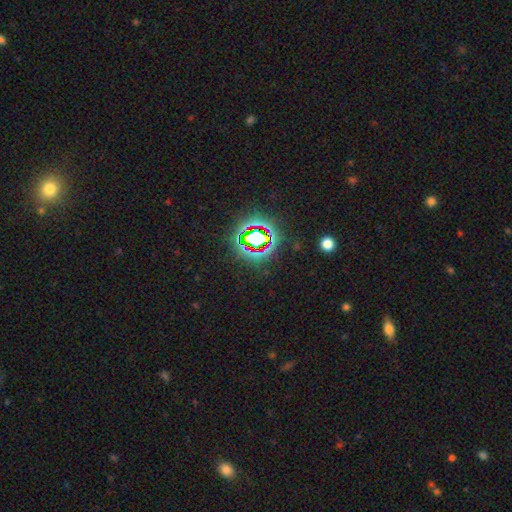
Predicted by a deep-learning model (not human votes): Smooth or featured?
  - star or artifact: 78% *
  - smooth: 12%
  - featured or disk: 9%